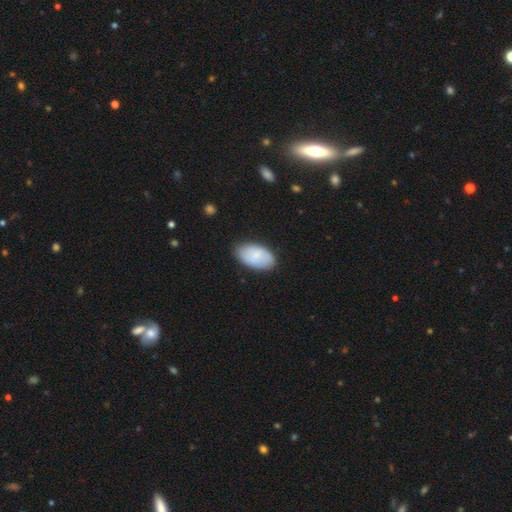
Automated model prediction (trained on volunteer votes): This appears to be a smooth galaxy with no disk features (77%) that is in between round and cigar-shaped (95%). Merging: none (80%).